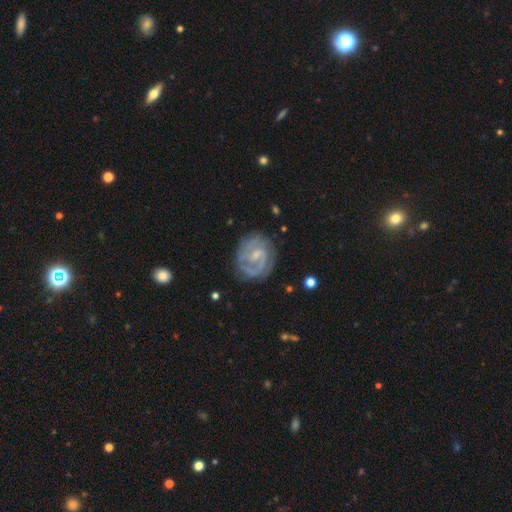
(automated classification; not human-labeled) Smooth or featured: featured or disk — 79% (smooth — 14%)
Edge-on disk: no — 97% (yes — 3%)
Bar: weak — 54% (no — 33%)
Spiral arms: yes — 88% (no — 12%)
Spiral winding: tight — 52% (medium — 36%)
Spiral arm count: 2 — 46% (can't tell — 30%)
Bulge size: small — 58% (moderate — 30%)
Merging: none — 70% (minor disturbance — 19%)